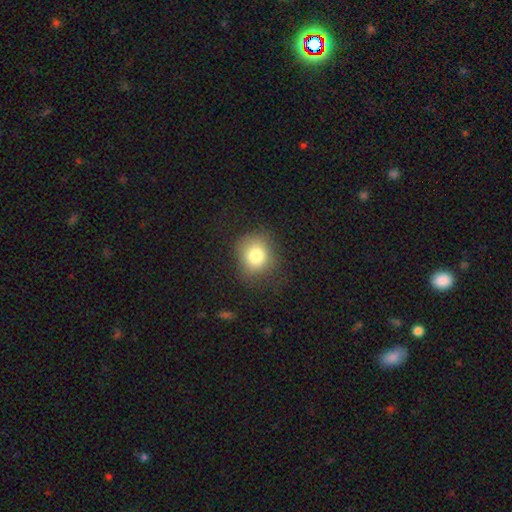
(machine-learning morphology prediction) This is likely a smooth galaxy (79%). How rounded: likely round (79%). Merging: likely none (76%).